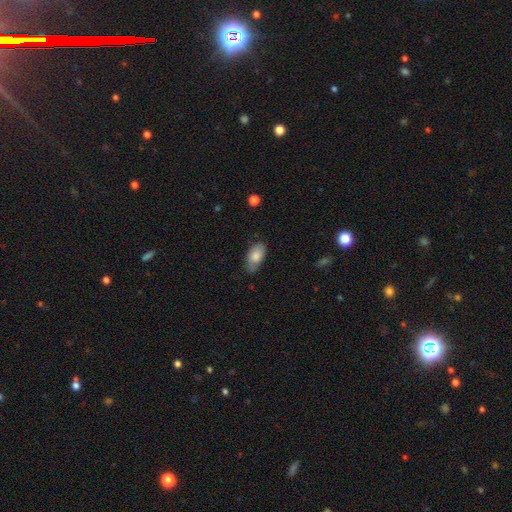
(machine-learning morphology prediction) This is likely a smooth galaxy (79%). How rounded: clearly in between (93%). Merging: likely none (62%).